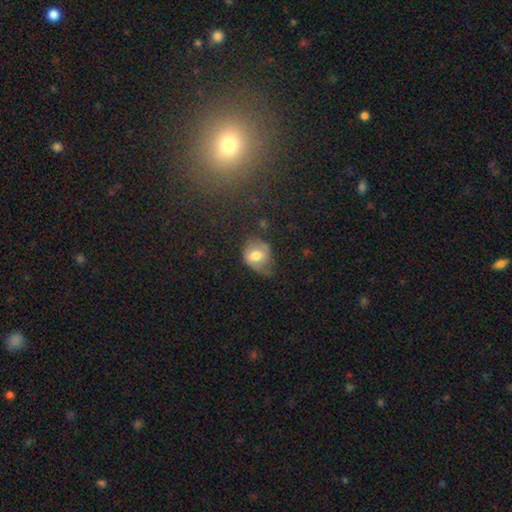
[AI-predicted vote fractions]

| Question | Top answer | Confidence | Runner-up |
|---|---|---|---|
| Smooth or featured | smooth | 63% | featured or disk (28%) |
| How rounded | in between | 52% | round (46%) |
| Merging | minor disturbance | 38% | none (37%) |